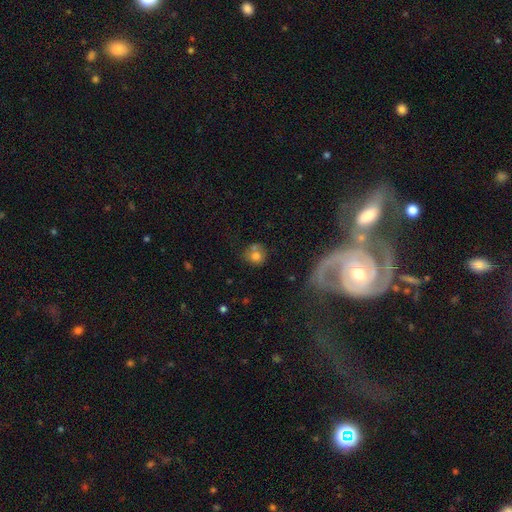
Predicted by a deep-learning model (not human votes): Q: Smooth or featured?
A: smooth (73%); runner-up: featured or disk (15%)
Q: How rounded?
A: round (79%); runner-up: in between (20%)
Q: Merging?
A: none (51%); runner-up: merger (25%)